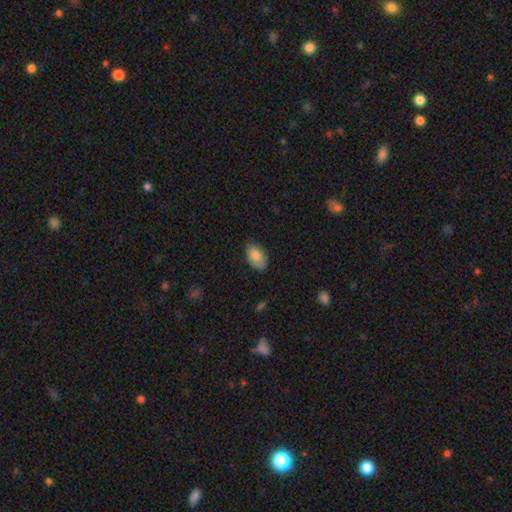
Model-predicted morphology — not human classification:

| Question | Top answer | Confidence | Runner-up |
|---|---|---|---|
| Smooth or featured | smooth | 85% | featured or disk (8%) |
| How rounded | in between | 93% | round (4%) |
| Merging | none | 76% | minor disturbance (20%) |